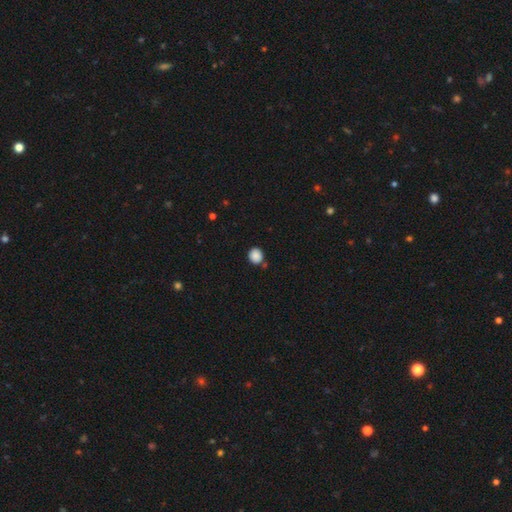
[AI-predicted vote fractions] A smooth galaxy with no disk features (87%) that is round (83%).

Vote fractions:
- Smooth or featured? smooth: 87% / star or artifact: 9% / featured or disk: 3%
- How rounded? round: 83% / in between: 16% / cigar-shaped: 1%
- Merging? none: 79% / minor disturbance: 12% / merger: 6% / major disturbance: 3%